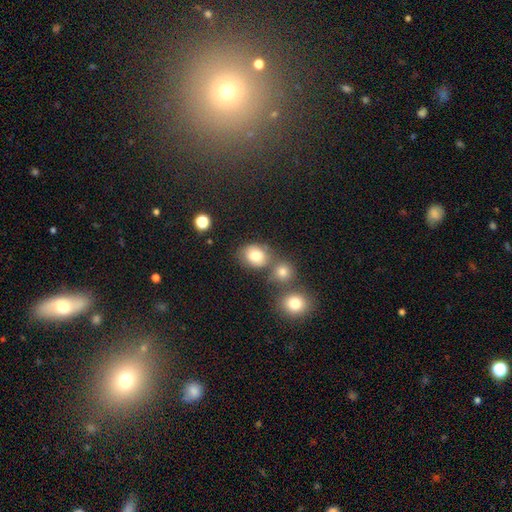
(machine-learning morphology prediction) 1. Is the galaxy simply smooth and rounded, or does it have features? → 80% smooth, 11% star or artifact, 8% featured or disk.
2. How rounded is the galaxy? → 53% round, 46% in between, 1% cigar-shaped.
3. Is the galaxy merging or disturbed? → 61% none, 22% merger, 13% minor disturbance, 5% major disturbance.